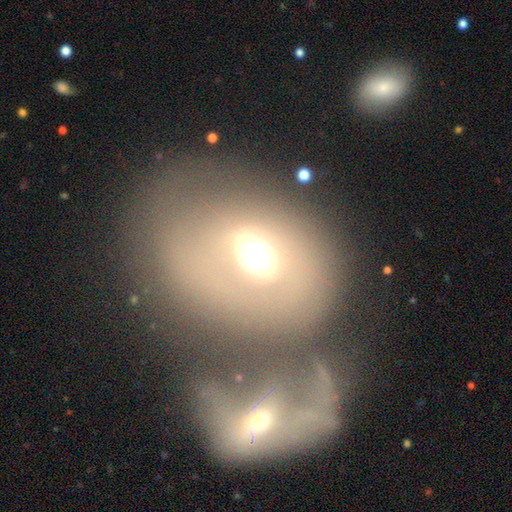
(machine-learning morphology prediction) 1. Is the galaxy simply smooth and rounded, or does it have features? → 46% featured or disk, 42% smooth, 12% star or artifact.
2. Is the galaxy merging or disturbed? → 43% merger, 25% none, 20% major disturbance, 12% minor disturbance.